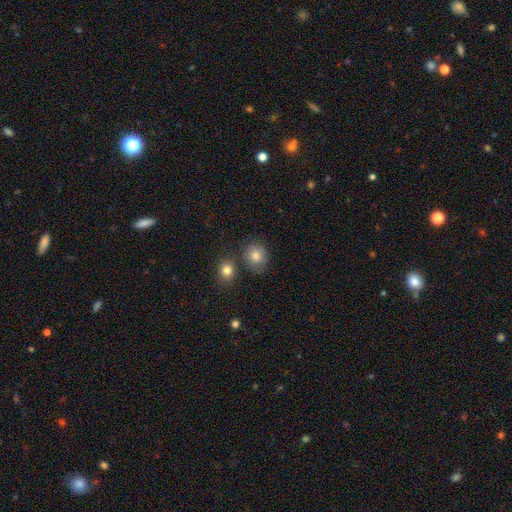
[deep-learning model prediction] This is clearly a smooth galaxy (81%). How rounded: likely round (78%). Merging: likely none (72%).